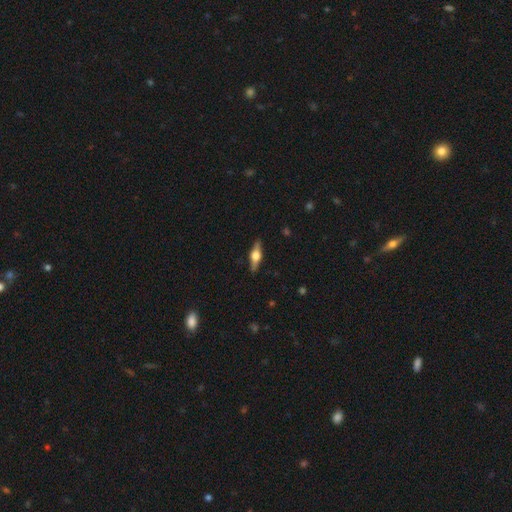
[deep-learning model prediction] Smooth or featured? Predicted: featured or disk (p=0.68). Edge-on disk? Predicted: yes (p=0.96). Edge-on bulge? Predicted: rounded (p=0.93). Merging? Predicted: none (p=0.89).